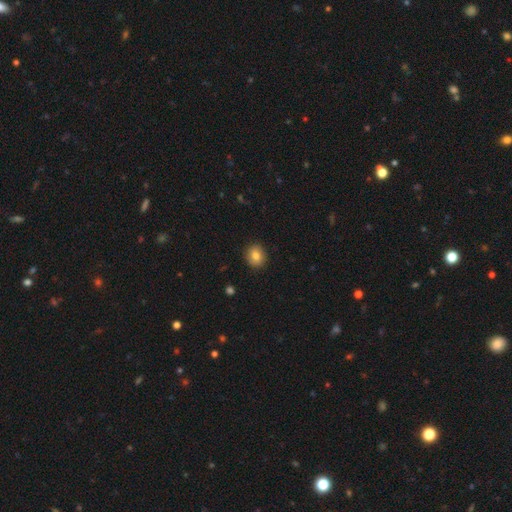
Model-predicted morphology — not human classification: smooth_or_featured: smooth (p=0.81) [alt: featured or disk p=0.10]
how_rounded: round (p=0.73) [alt: in between p=0.26]
merging: none (p=0.90) [alt: minor disturbance p=0.07]